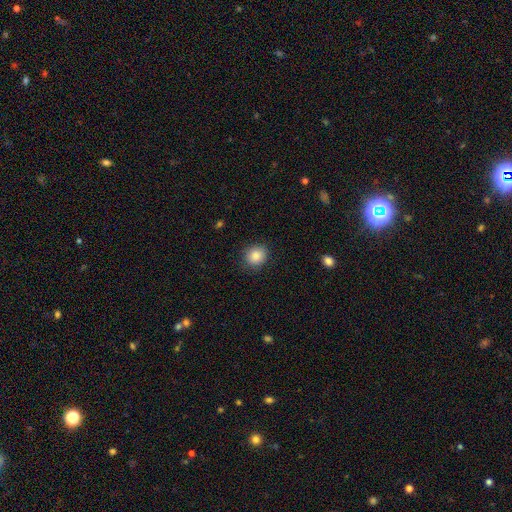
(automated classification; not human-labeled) Smooth or featured?
  - smooth: 86% *
  - star or artifact: 9%
  - featured or disk: 5%
How rounded?
  - round: 84% *
  - in between: 15%
  - cigar-shaped: 1%
Merging?
  - none: 87% *
  - minor disturbance: 10%
  - major disturbance: 3%
  - merger: 1%